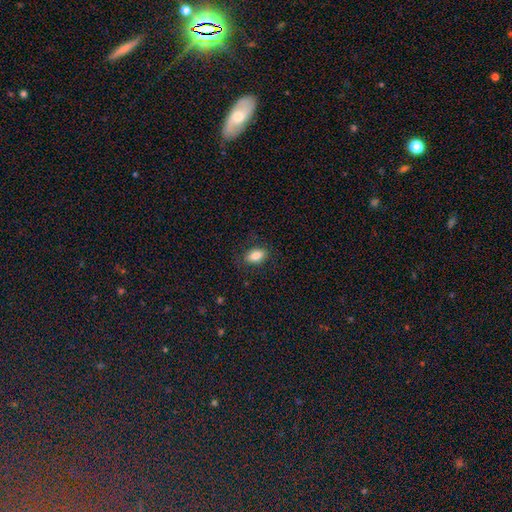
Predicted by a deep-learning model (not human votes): Q: Smooth or featured?
A: smooth (84%); runner-up: star or artifact (8%)
Q: How rounded?
A: in between (89%); runner-up: round (8%)
Q: Merging?
A: none (84%); runner-up: minor disturbance (11%)